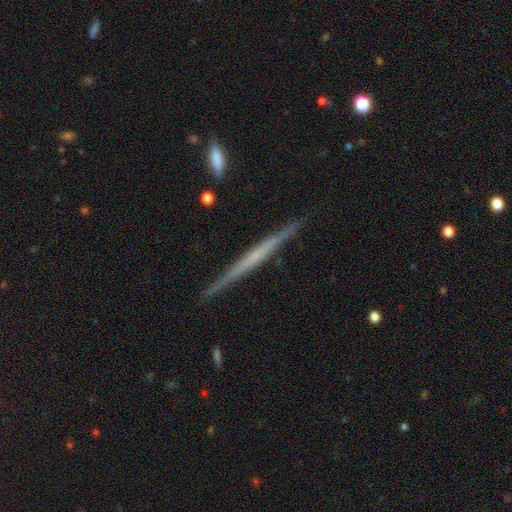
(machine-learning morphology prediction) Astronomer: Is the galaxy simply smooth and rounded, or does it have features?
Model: featured or disk — 66%.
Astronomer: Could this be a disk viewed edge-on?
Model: yes — 98%.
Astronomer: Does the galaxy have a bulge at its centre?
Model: none — 81%.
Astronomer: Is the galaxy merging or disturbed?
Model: none — 90%.